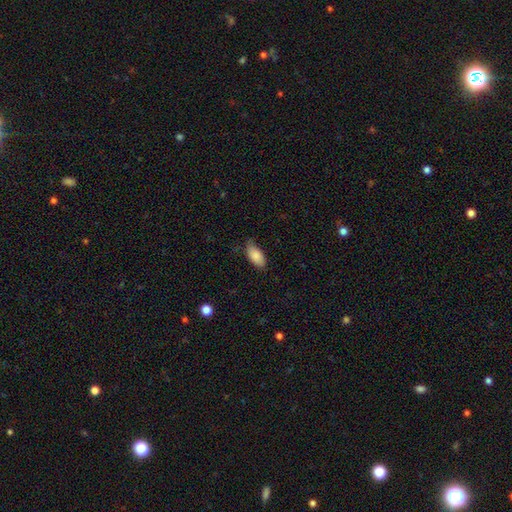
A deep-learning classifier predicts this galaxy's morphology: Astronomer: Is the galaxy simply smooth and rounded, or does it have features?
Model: smooth — 87%.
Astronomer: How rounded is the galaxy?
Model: in between — 92%.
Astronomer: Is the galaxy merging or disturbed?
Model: none — 72%.